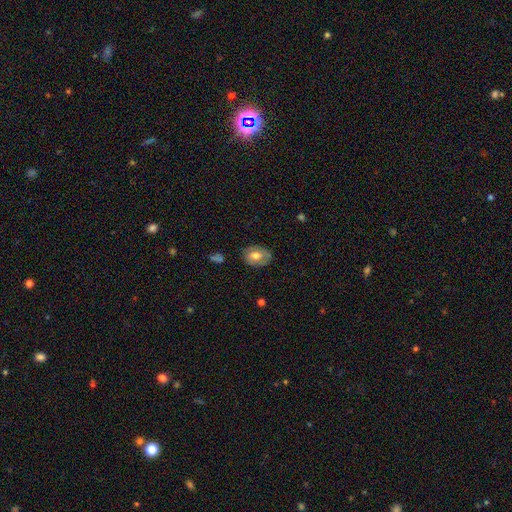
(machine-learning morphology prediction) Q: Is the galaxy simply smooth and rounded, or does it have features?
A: smooth — 60%.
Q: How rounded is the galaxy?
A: in between — 75%.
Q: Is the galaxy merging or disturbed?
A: none — 76%.